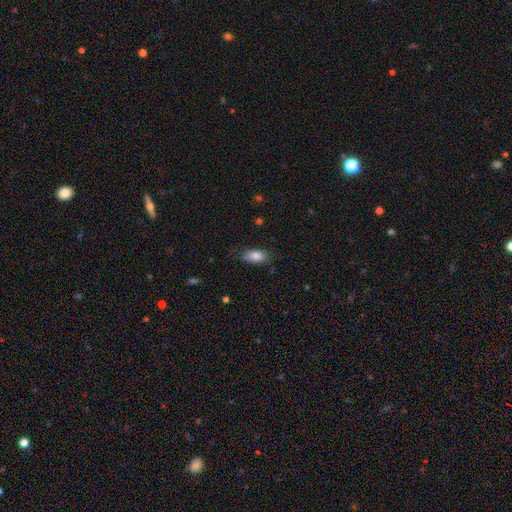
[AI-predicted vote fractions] smooth 82%, featured or disk 11%, star or artifact 7%. Down the decision tree: how rounded — in between (86%); merging — none (74%).